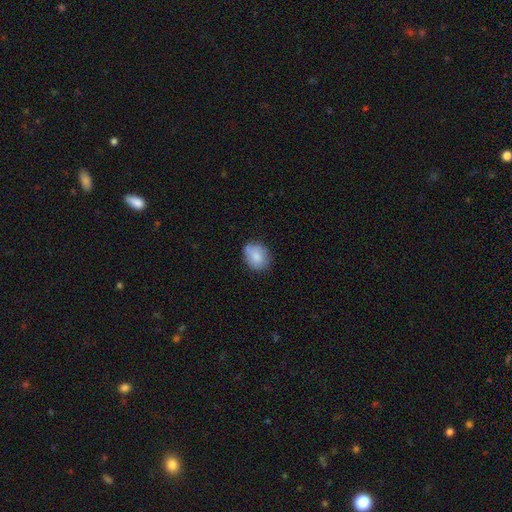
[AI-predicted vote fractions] Morphology: type=smooth (82%); roundness=in between (51%); merging=none (69%).